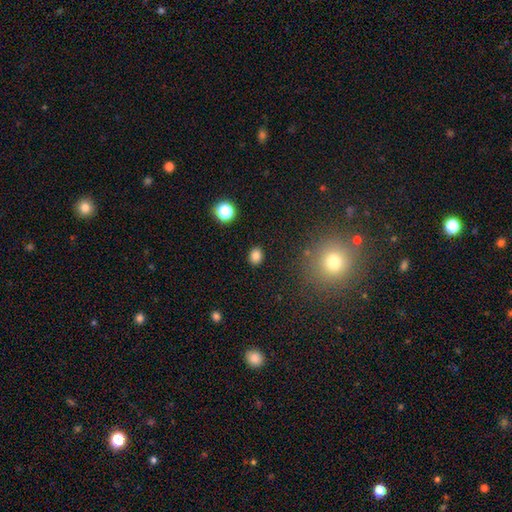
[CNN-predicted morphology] This is clearly a smooth galaxy (83%). How rounded: possibly round (53%). Merging: clearly none (88%).